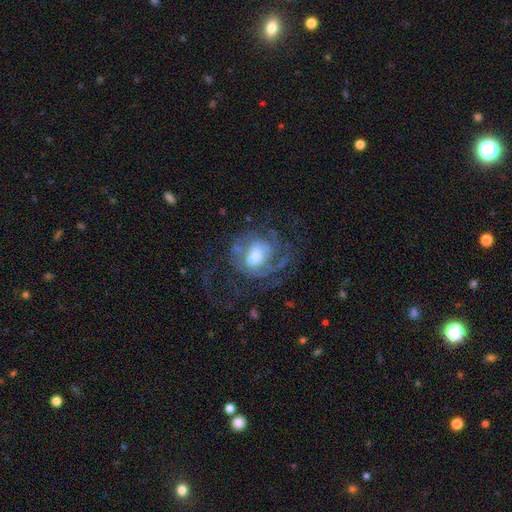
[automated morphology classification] Q: Smooth or featured?
A: featured or disk (78%); runner-up: smooth (15%)
Q: Edge-on disk?
A: no (97%); runner-up: yes (3%)
Q: Bar?
A: no (52%); runner-up: weak (37%)
Q: Spiral arms?
A: yes (86%); runner-up: no (14%)
Q: Spiral winding?
A: medium (43%); runner-up: tight (35%)
Q: Spiral arm count?
A: can't tell (32%); runner-up: 2 (30%)
Q: Bulge size?
A: moderate (50%); runner-up: large (28%)
Q: Merging?
A: none (50%); runner-up: major disturbance (31%)